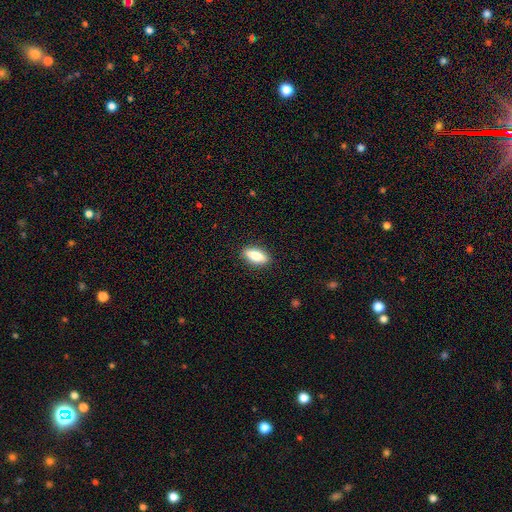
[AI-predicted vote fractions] This appears to be a smooth galaxy with no disk features (71%) that is in between round and cigar-shaped (71%). Merging: none (88%).